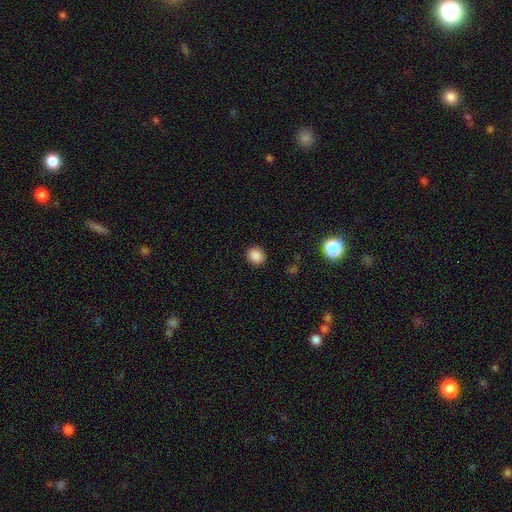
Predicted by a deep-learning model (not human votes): A smooth galaxy with no disk features (87%) that is round (76%). Merging: none (91%).